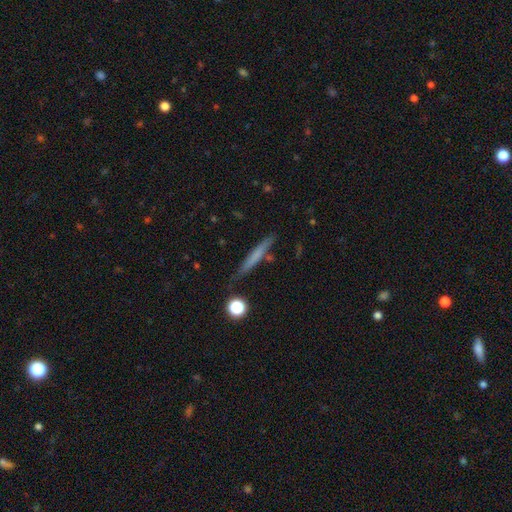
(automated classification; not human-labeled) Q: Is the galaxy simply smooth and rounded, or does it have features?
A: smooth — 59%.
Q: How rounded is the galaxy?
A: cigar-shaped — 93%.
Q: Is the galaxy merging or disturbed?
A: none — 80%.